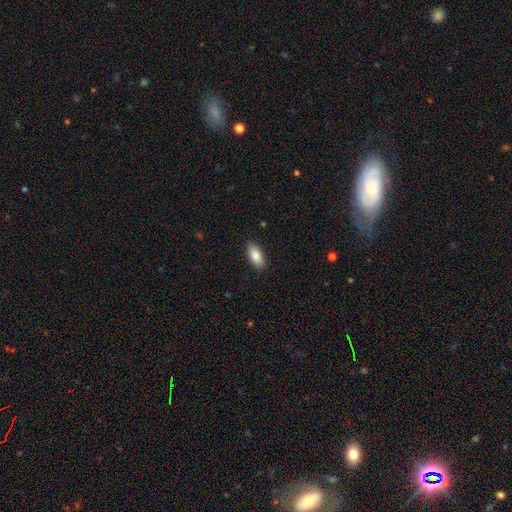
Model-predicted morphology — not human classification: Smooth or featured?
  - smooth: 86% *
  - featured or disk: 7%
  - star or artifact: 6%
How rounded?
  - in between: 89% *
  - cigar-shaped: 9%
  - round: 2%
Merging?
  - none: 88% *
  - minor disturbance: 9%
  - major disturbance: 2%
  - merger: 1%